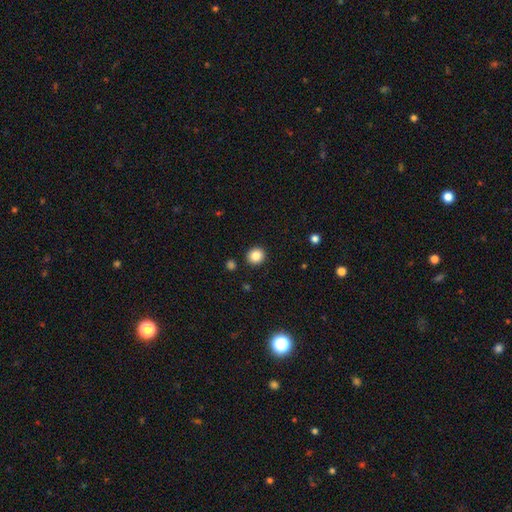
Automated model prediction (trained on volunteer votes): Smooth or featured? Predicted: smooth (p=0.86). How rounded? Predicted: round (p=0.89). Merging? Predicted: none (p=0.91).